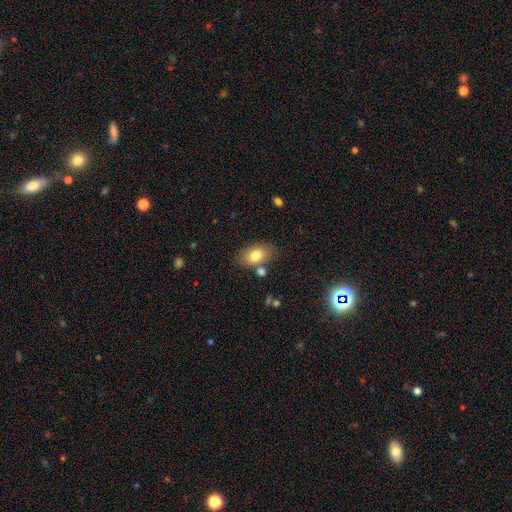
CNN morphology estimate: smooth_or_featured: smooth (p=0.78) [alt: featured or disk p=0.13]
how_rounded: in between (p=0.87) [alt: round p=0.11]
merging: none (p=0.74) [alt: minor disturbance p=0.13]